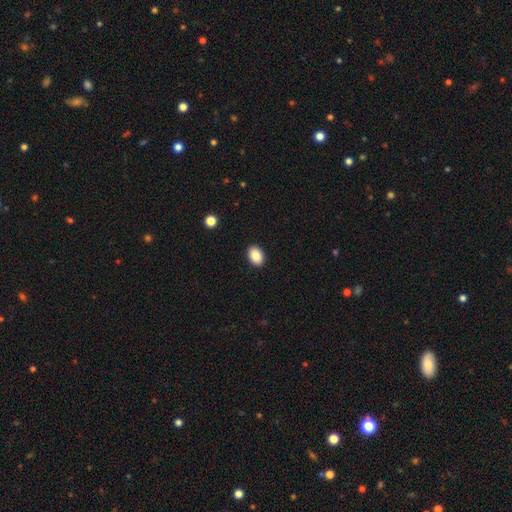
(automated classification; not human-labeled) This appears to be a smooth galaxy with no disk features (88%) that is in between round and cigar-shaped (78%). Merging: none (91%).